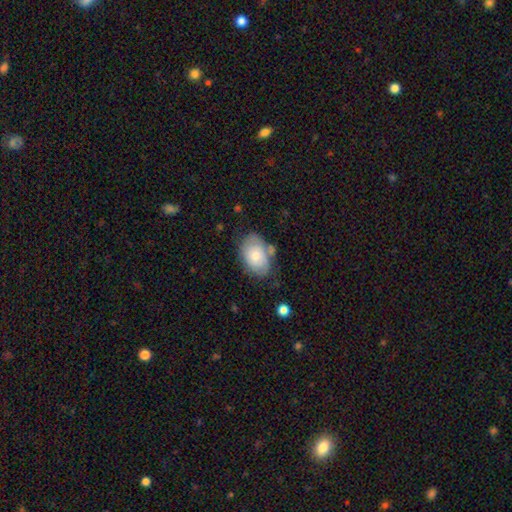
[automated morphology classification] type=smooth (66%); roundness=in between (85%); merging=none (60%).